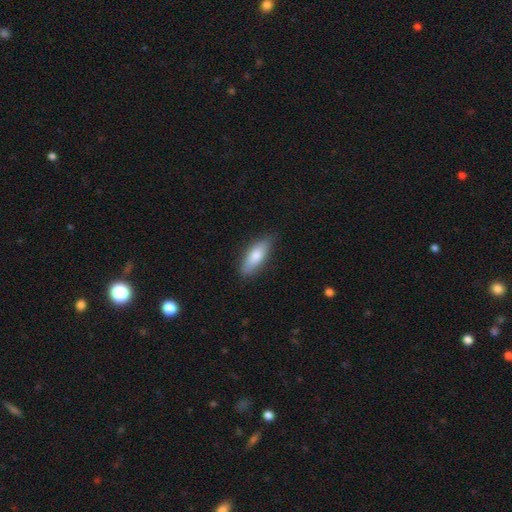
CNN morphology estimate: smooth_or_featured: smooth (p=0.75) [alt: featured or disk p=0.19]
how_rounded: in between (p=0.63) [alt: cigar-shaped p=0.34]
merging: none (p=0.84) [alt: minor disturbance p=0.13]